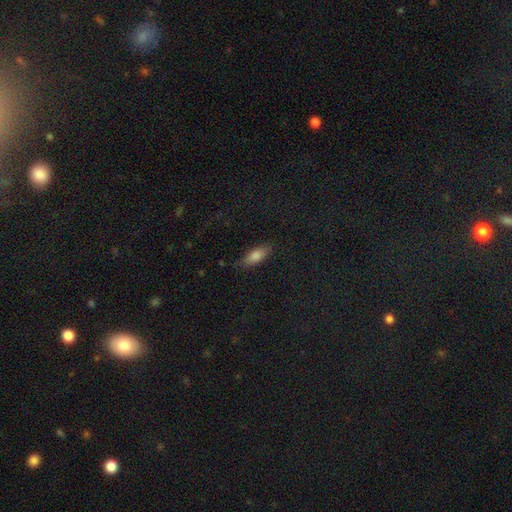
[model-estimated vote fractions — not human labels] This appears to be a smooth galaxy with no disk features (81%) that is in between round and cigar-shaped (76%). Merging: none (82%).